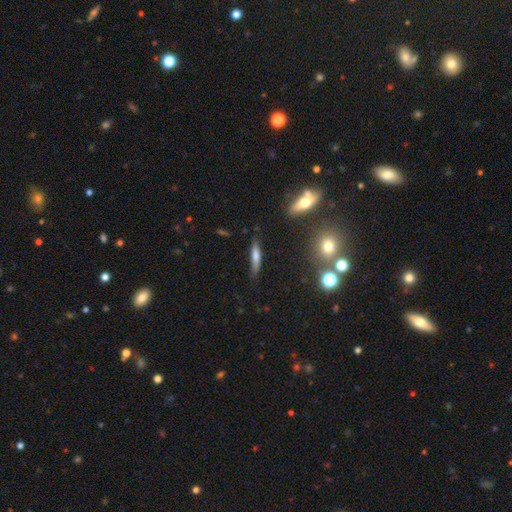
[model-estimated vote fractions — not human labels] This is likely a smooth galaxy (61%). How rounded: clearly cigar-shaped (85%). Merging: likely none (76%).